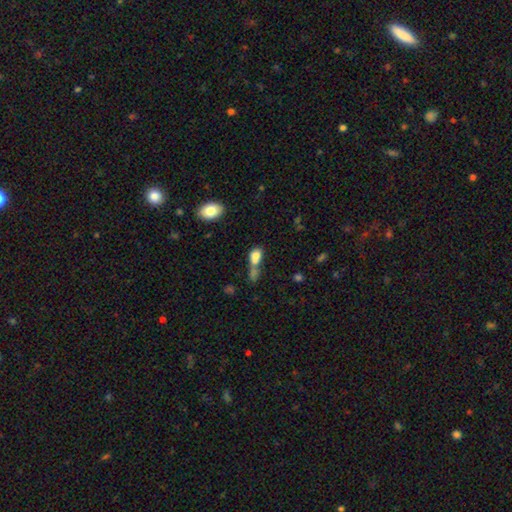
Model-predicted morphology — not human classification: The model was most divided on "merging": merger: 56%, none: 23%, minor disturbance: 11%, major disturbance: 10%. More confident: smooth or featured — smooth (77%); how rounded — in between (66%).